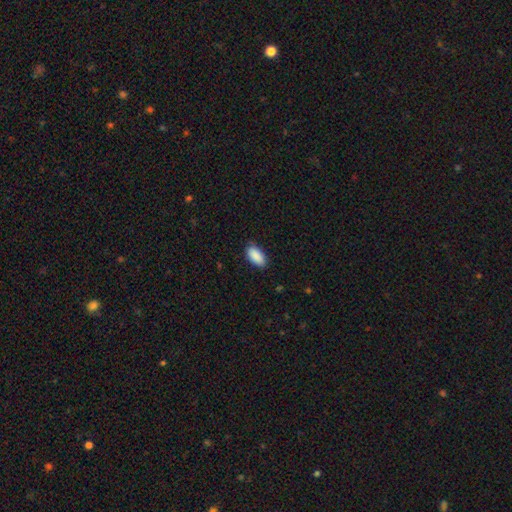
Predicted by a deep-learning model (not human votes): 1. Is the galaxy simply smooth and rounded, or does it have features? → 91% smooth, 6% star or artifact, 3% featured or disk.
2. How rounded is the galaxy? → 93% in between, 5% cigar-shaped, 2% round.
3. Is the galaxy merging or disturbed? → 85% none, 12% minor disturbance, 2% major disturbance, 1% merger.